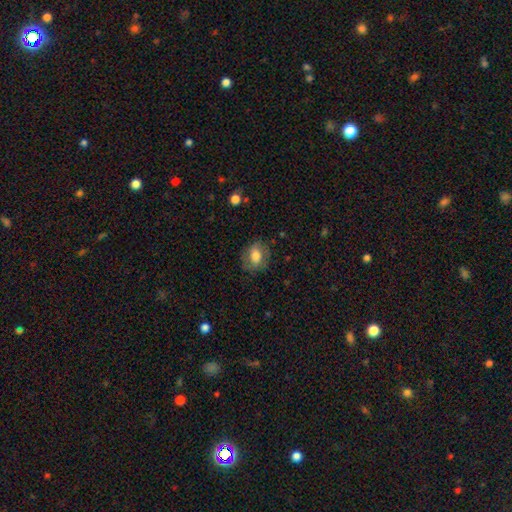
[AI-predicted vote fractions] Smooth or featured?
  - smooth: 71% *
  - featured or disk: 21%
  - star or artifact: 8%
How rounded?
  - in between: 65% *
  - round: 33%
  - cigar-shaped: 2%
Merging?
  - none: 75% *
  - minor disturbance: 17%
  - major disturbance: 7%
  - merger: 1%